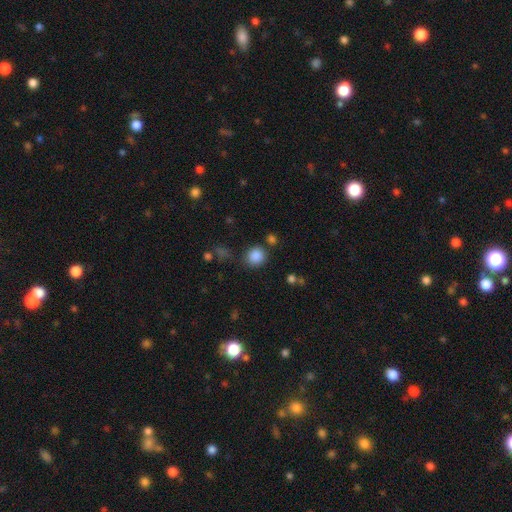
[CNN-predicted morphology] Smooth or featured?
  - smooth: 86% *
  - star or artifact: 10%
  - featured or disk: 4%
How rounded?
  - round: 87% *
  - in between: 12%
  - cigar-shaped: 1%
Merging?
  - none: 80% *
  - minor disturbance: 10%
  - merger: 6%
  - major disturbance: 4%